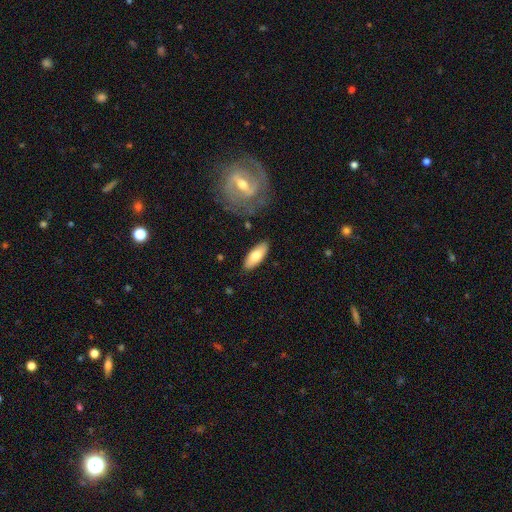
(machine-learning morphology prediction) A smooth galaxy with no disk features (73%) that is in between round and cigar-shaped (73%). Merging: none (85%).